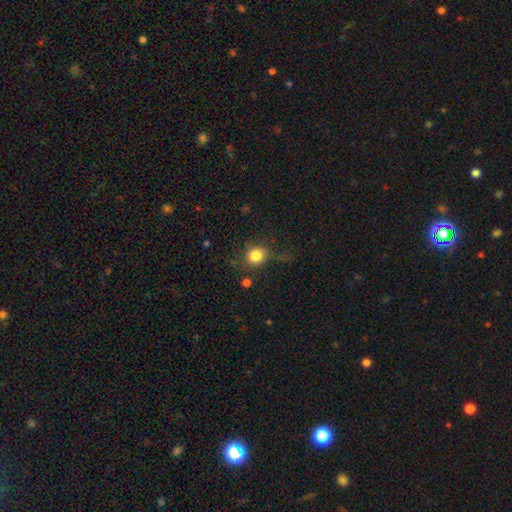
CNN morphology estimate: type=smooth (82%); roundness=round (84%); merging=none (73%).